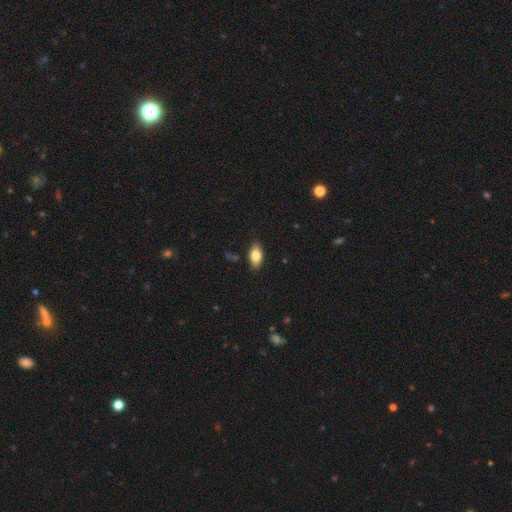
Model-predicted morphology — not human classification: Smooth or featured? smooth (81%)
How rounded? in between (91%)
Merging? none (85%)